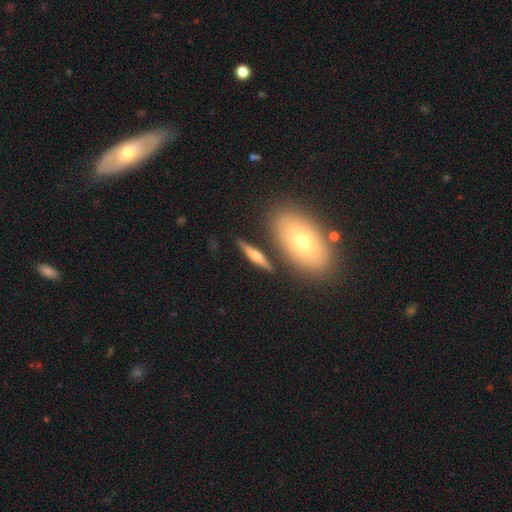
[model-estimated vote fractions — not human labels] This is possibly a featured or disk galaxy (56%). It is clearly viewed edge-on (93%). Edge-on bulge: clearly rounded (89%). Merging: clearly none (82%).